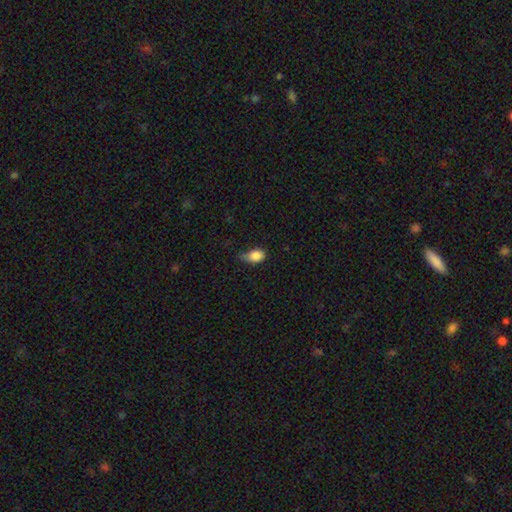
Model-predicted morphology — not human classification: A smooth galaxy with no disk features (85%) that is in between round and cigar-shaped (75%). Merging: minor disturbance (47%).